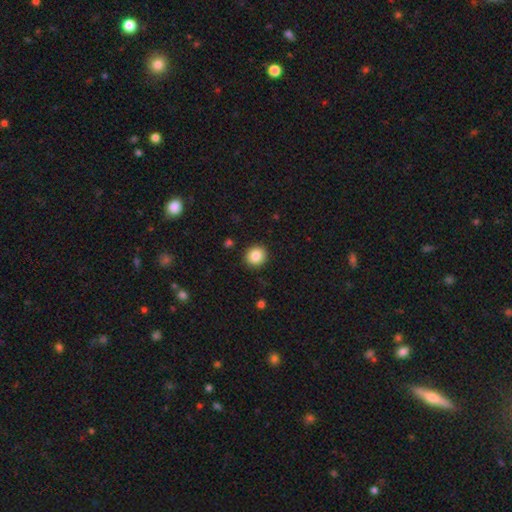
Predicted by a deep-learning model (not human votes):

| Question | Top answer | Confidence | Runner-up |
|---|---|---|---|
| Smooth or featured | smooth | 86% | star or artifact (9%) |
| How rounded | round | 87% | in between (12%) |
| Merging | none | 91% | minor disturbance (6%) |